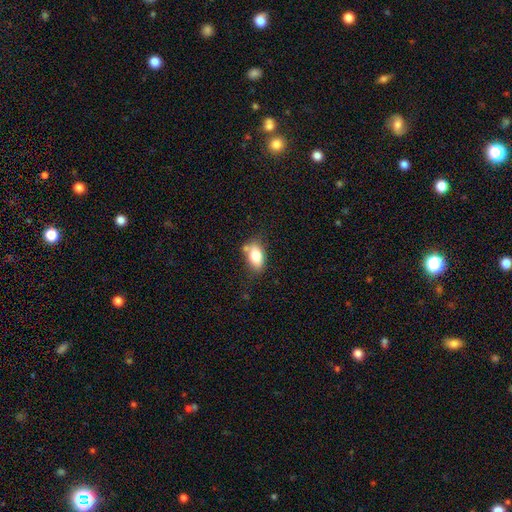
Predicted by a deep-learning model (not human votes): Smooth or featured: smooth — 77% (featured or disk — 15%)
How rounded: in between — 87% (round — 9%)
Merging: none — 64% (minor disturbance — 20%)